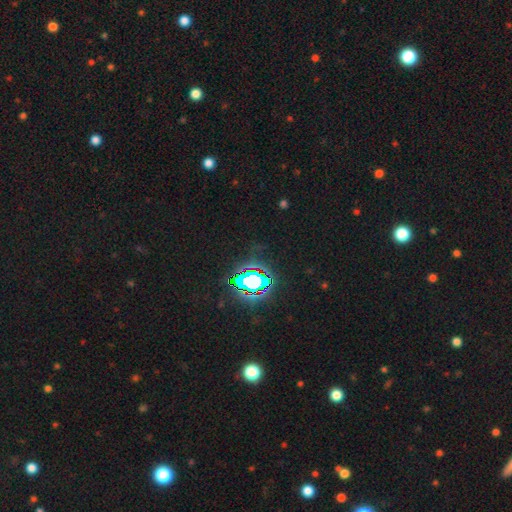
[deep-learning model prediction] Smooth or featured: star or artifact — 82% (smooth — 11%)